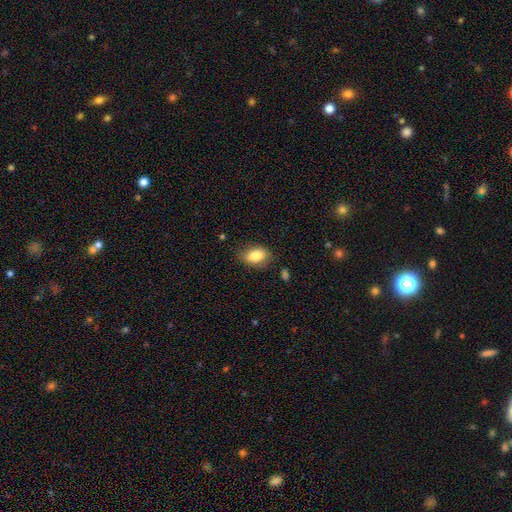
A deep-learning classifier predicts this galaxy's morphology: smooth_or_featured: smooth (p=0.81) [alt: featured or disk p=0.11]
how_rounded: in between (p=0.84) [alt: round p=0.14]
merging: none (p=0.77) [alt: minor disturbance p=0.17]